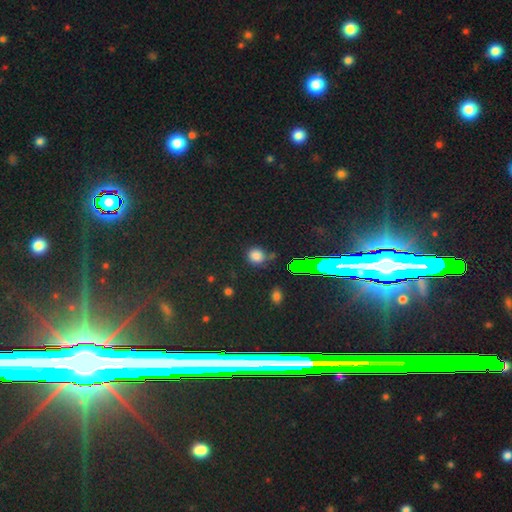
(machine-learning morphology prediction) This appears to be a smooth galaxy with no disk features (72%) that is round (82%). Merging: none (77%).